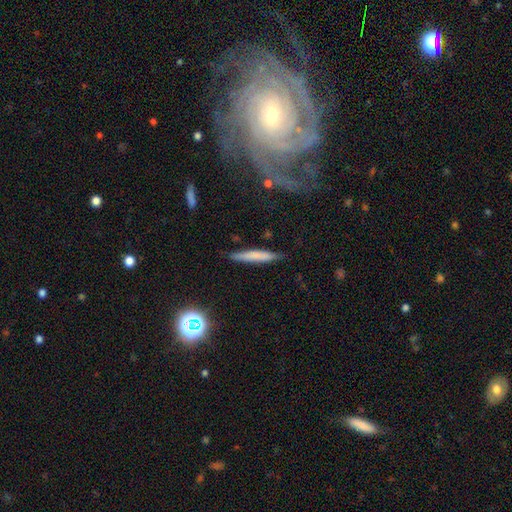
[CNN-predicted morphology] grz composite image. It shows a smooth galaxy with no disk features (66%) that is cigar-shaped (93%). Merging: none (81%).